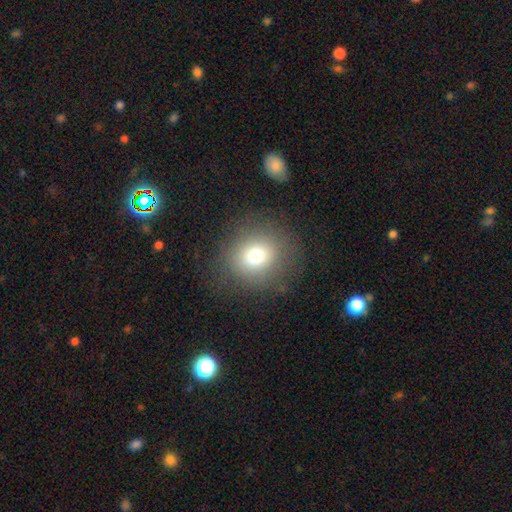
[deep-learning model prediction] This appears to be a smooth galaxy with no disk features (73%) that is round (85%). Merging: none (84%).